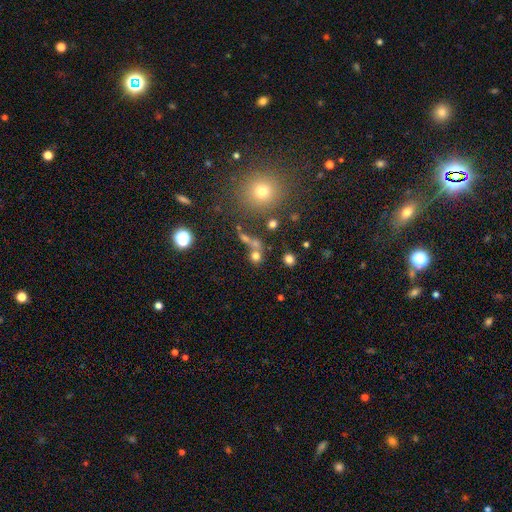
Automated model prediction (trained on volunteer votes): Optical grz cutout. It shows a smooth galaxy with no disk features (66%) that is round (77%). Merging: none (45%).